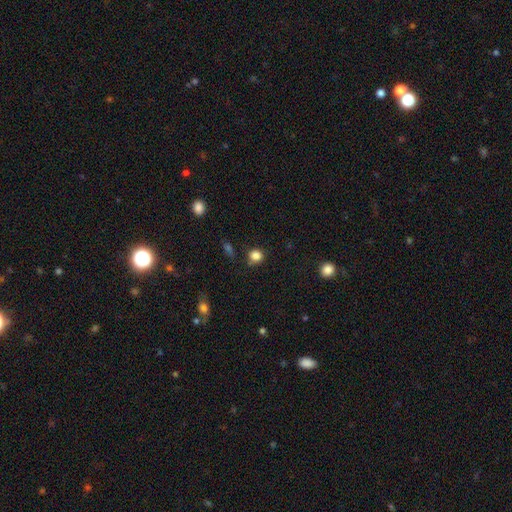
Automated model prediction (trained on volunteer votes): Smooth or featured? smooth (84%)
How rounded? round (77%)
Merging? none (71%)